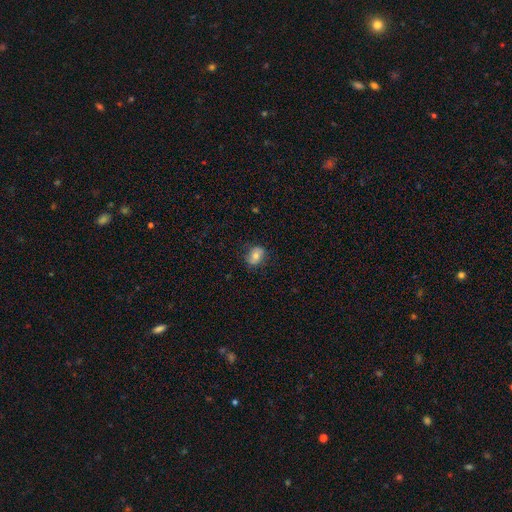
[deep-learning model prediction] smooth_or_featured: smooth (p=0.69) [alt: featured or disk p=0.21]
how_rounded: in between (p=0.57) [alt: round p=0.42]
merging: none (p=0.78) [alt: minor disturbance p=0.16]